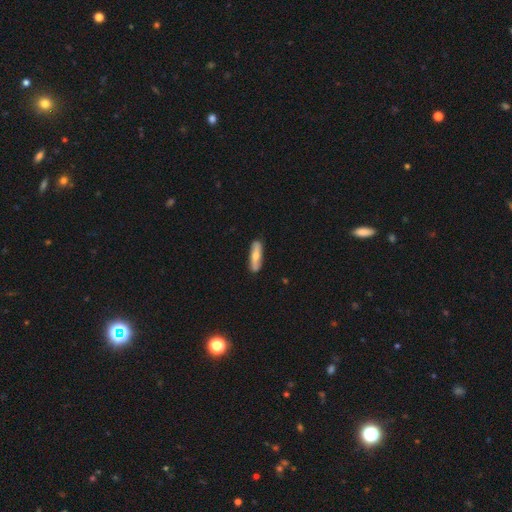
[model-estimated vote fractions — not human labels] Morphology: type=smooth (58%); roundness=cigar-shaped (64%); merging=none (87%).